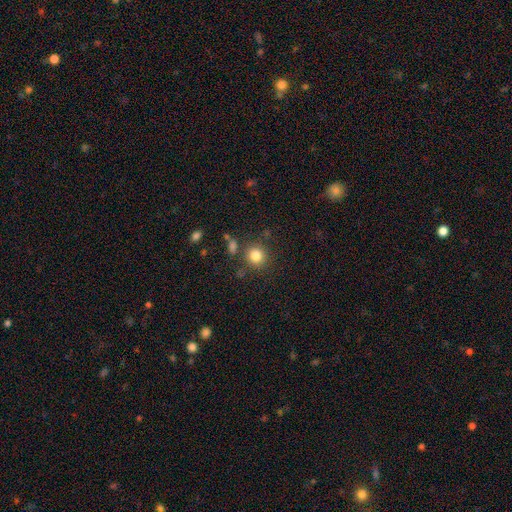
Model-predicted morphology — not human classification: type=smooth (82%); roundness=round (89%); merging=none (82%).